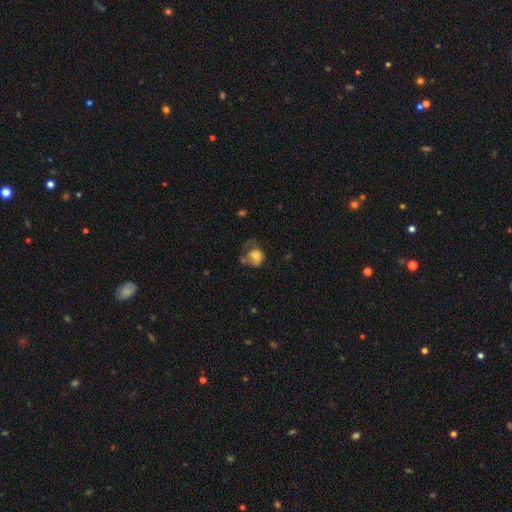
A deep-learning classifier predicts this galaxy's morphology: smooth_or_featured: smooth (p=0.63) [alt: featured or disk p=0.28]
how_rounded: round (p=0.61) [alt: in between p=0.38]
merging: major disturbance (p=0.39) [alt: none p=0.26]